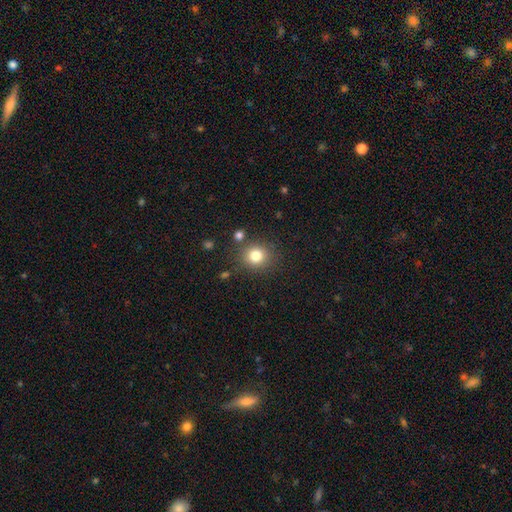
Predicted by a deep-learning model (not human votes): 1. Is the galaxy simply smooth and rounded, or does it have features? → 81% smooth, 12% star or artifact, 7% featured or disk.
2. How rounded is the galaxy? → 84% round, 15% in between, 1% cigar-shaped.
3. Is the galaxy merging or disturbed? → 82% none, 9% minor disturbance, 5% merger, 4% major disturbance.